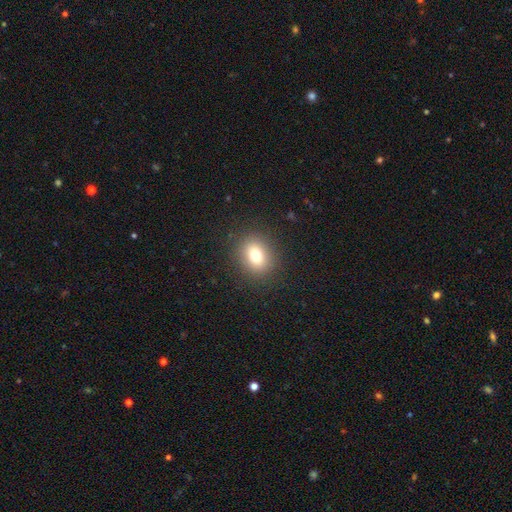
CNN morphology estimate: Smooth or featured? smooth (77%)
How rounded? round (51%)
Merging? none (88%)